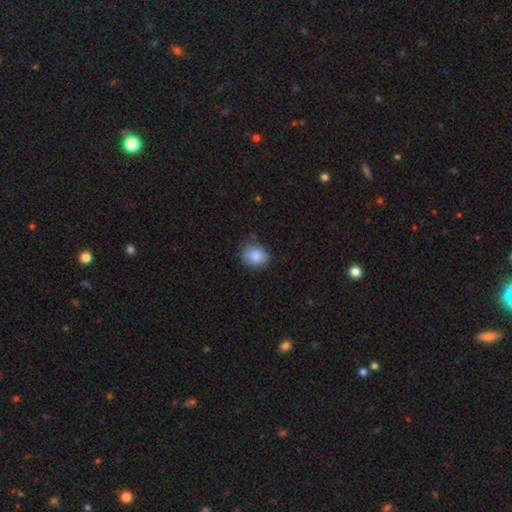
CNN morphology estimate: smooth_or_featured: smooth (p=0.87) [alt: star or artifact p=0.07]
how_rounded: in between (p=0.52) [alt: round p=0.47]
merging: none (p=0.75) [alt: minor disturbance p=0.20]